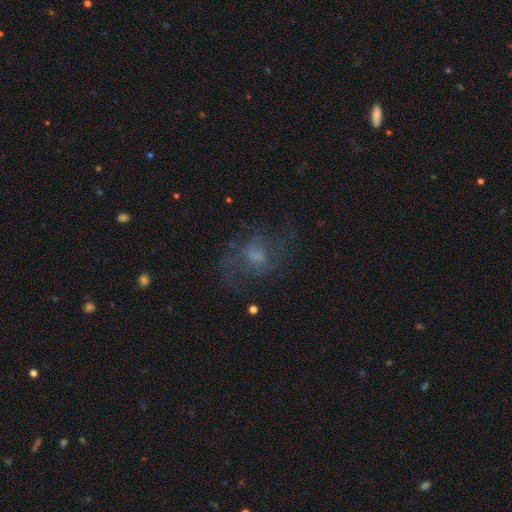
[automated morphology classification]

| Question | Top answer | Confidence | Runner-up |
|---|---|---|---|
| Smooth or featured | featured or disk | 44% | smooth (39%) |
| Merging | none | 49% | major disturbance (30%) |